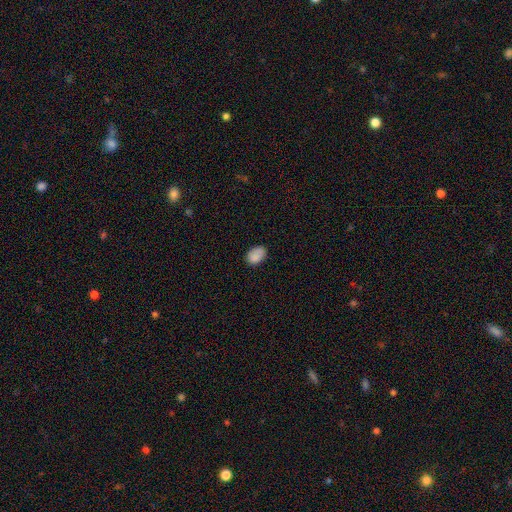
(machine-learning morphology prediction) Smooth or featured?
  - smooth: 85% *
  - star or artifact: 9%
  - featured or disk: 6%
How rounded?
  - in between: 82% *
  - round: 17%
  - cigar-shaped: 1%
Merging?
  - none: 74% *
  - minor disturbance: 20%
  - major disturbance: 4%
  - merger: 2%